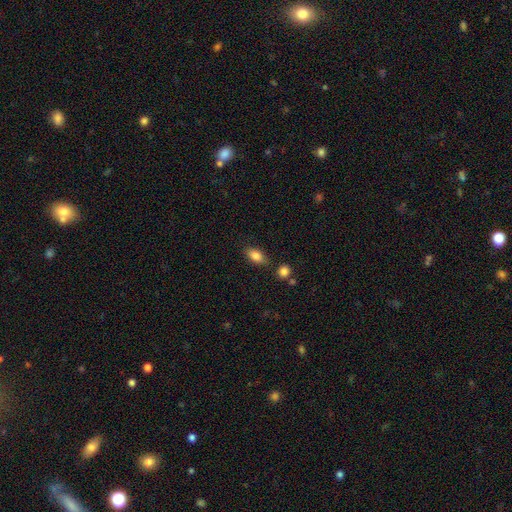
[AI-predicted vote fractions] Q: Smooth or featured?
A: smooth (84%); runner-up: star or artifact (8%)
Q: How rounded?
A: in between (87%); runner-up: round (9%)
Q: Merging?
A: none (79%); runner-up: minor disturbance (13%)